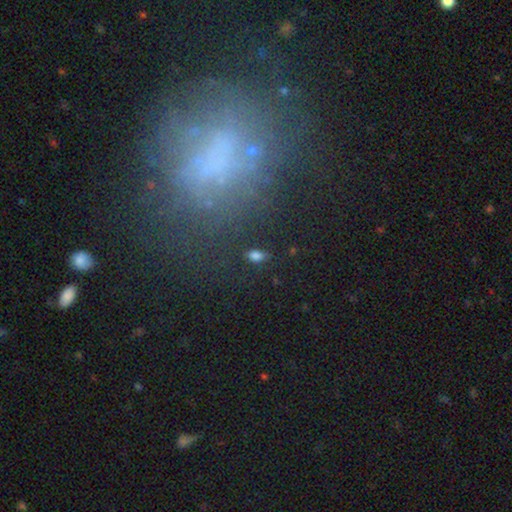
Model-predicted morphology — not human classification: smooth 79%, star or artifact 15%, featured or disk 6%. Down the decision tree: how rounded — in between (90%); merging — none (83%).